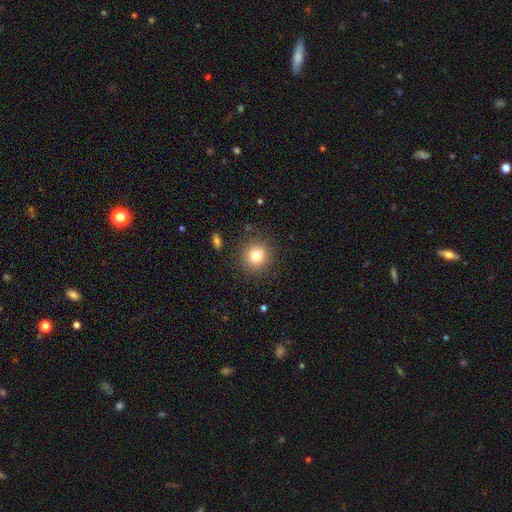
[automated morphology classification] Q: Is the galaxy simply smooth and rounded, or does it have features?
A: smooth — 79%.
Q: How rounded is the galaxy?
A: round — 92%.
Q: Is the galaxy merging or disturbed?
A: none — 88%.